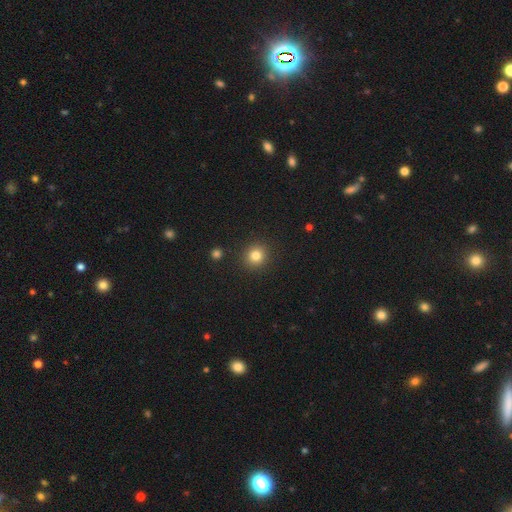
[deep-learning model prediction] smooth-or-featured: smooth: 82% | star or artifact: 12% | featured or disk: 6%
  how-rounded: round: 89% | in between: 10% | cigar-shaped: 1%
  merging: none: 90% | minor disturbance: 6% | major disturbance: 2% | merger: 2%